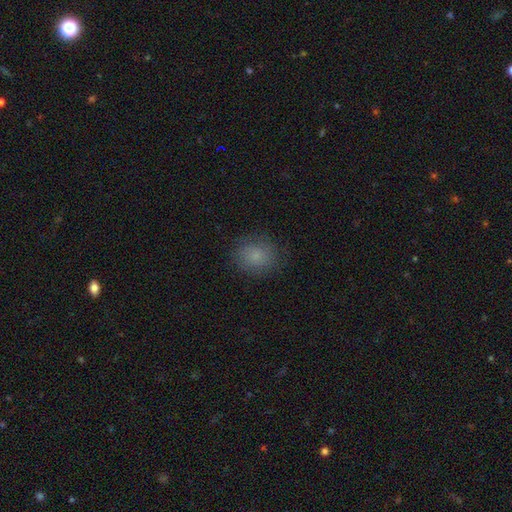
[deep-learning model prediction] smooth_or_featured: smooth (p=0.79) [alt: star or artifact p=0.11]
how_rounded: round (p=0.71) [alt: in between p=0.28]
merging: none (p=0.82) [alt: minor disturbance p=0.13]